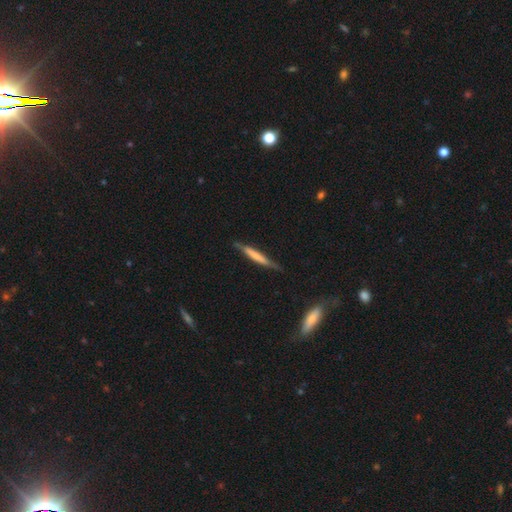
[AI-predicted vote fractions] smooth 55%, featured or disk 40%, star or artifact 5%. Down the decision tree: how rounded — cigar-shaped (94%); merging — none (75%).